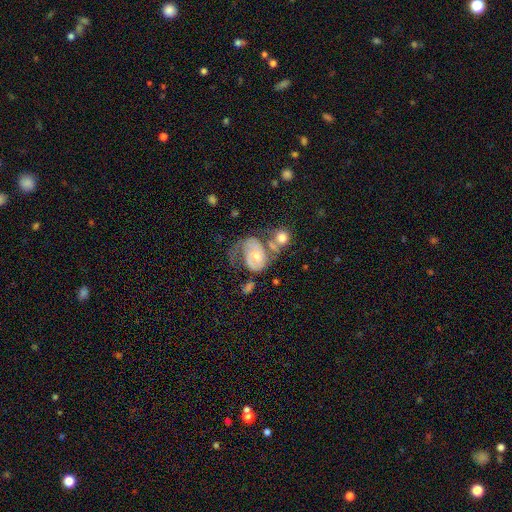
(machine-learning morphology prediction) Overall: featured or disk (73%). Edge-on disk: no (98%). Bar: no (52%; weak 39%). Spiral arms: yes (88%). Spiral arm count: 2 (60%; 1 22%). Spiral winding: medium (42%; tight 35%). Bulge size: moderate (54%; small 36%). Merging: major disturbance (29%; merger 28%).